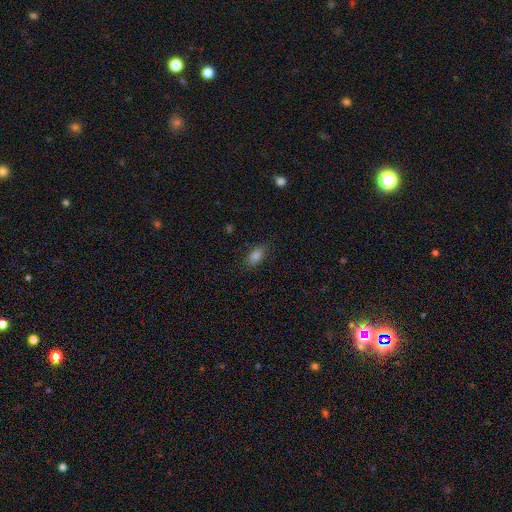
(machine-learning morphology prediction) Smooth or featured?
  - smooth: 81% *
  - star or artifact: 11%
  - featured or disk: 8%
How rounded?
  - in between: 87% *
  - round: 8%
  - cigar-shaped: 5%
Merging?
  - none: 85% *
  - minor disturbance: 12%
  - major disturbance: 3%
  - merger: 1%